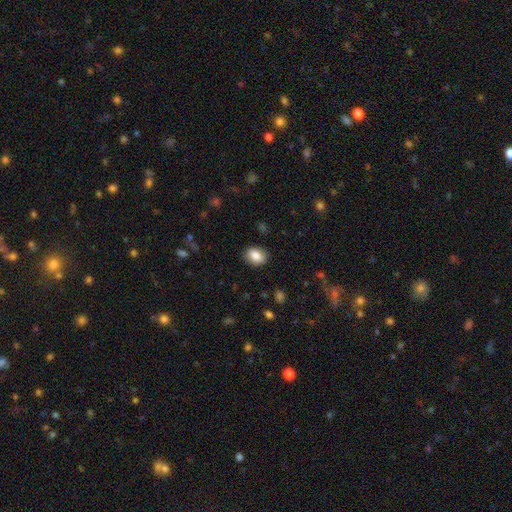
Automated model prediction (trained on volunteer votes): A smooth galaxy with no disk features (85%) that is in between round and cigar-shaped (66%). Merging: none (88%).